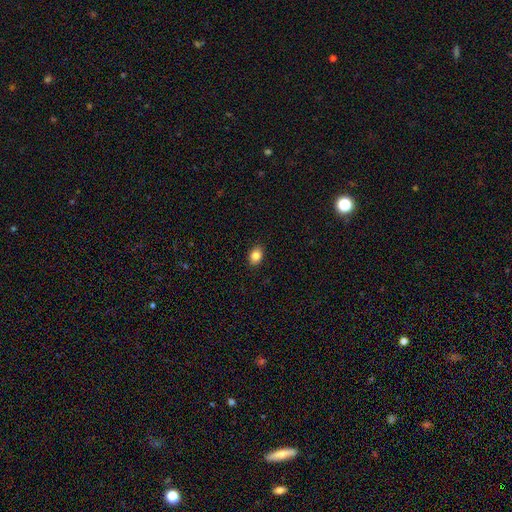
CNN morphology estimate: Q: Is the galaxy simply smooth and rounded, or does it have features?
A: smooth — 86%.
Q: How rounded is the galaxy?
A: in between — 70%.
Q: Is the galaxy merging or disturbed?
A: none — 90%.